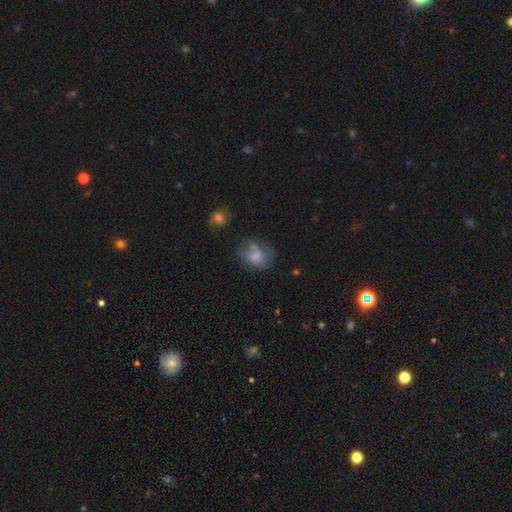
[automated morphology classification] type=smooth (58%); roundness=in between (60%); merging=none (37%).